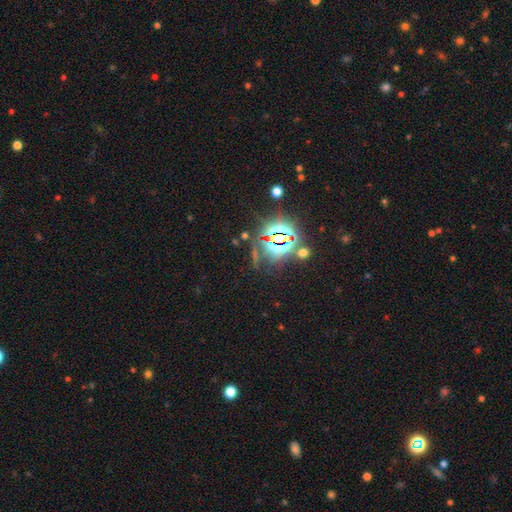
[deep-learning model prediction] A star or artifact, not a galaxy (82%).

Vote fractions:
- Smooth or featured? star or artifact: 82% / smooth: 10% / featured or disk: 8%